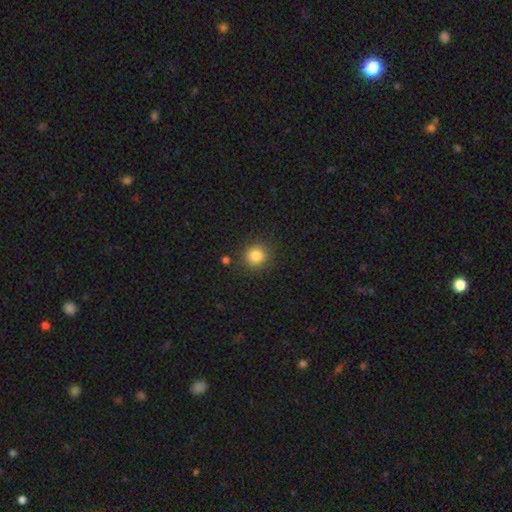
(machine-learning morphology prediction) Smooth or featured: smooth — 84% (star or artifact — 11%)
How rounded: round — 89% (in between — 10%)
Merging: none — 87% (minor disturbance — 8%)